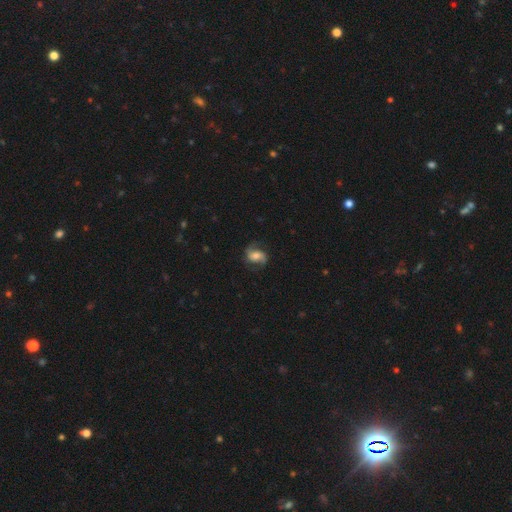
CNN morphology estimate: Smooth or featured?
  - featured or disk: 66% *
  - smooth: 25%
  - star or artifact: 8%
Edge-on disk?
  - no: 97% *
  - yes: 3%
Bar?
  - no: 47% *
  - weak: 37%
  - strong: 16%
Spiral arms?
  - yes: 92% *
  - no: 8%
Spiral winding?
  - medium: 43% *
  - loose: 41%
  - tight: 15%
Spiral arm count?
  - 2: 88% *
  - can't tell: 5%
  - 1: 4%
  - 3: 1%
  - 4: 1%
  - more than 4: 1%
Bulge size?
  - moderate: 50% *
  - small: 22%
  - large: 20%
  - none: 5%
  - dominant: 3%
Merging?
  - none: 71% *
  - minor disturbance: 18%
  - major disturbance: 10%
  - merger: 1%